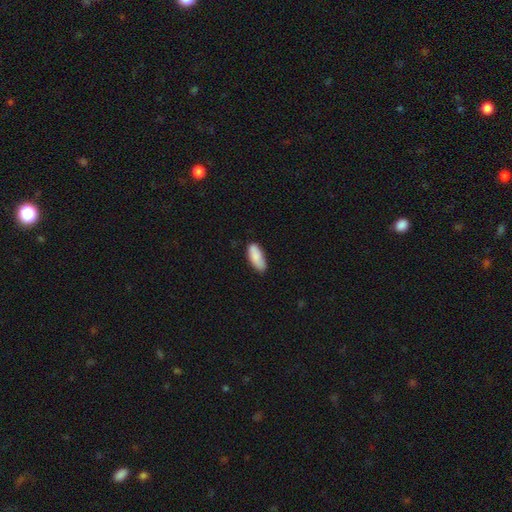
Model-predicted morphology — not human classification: type=smooth (87%); roundness=in between (80%); merging=none (74%).